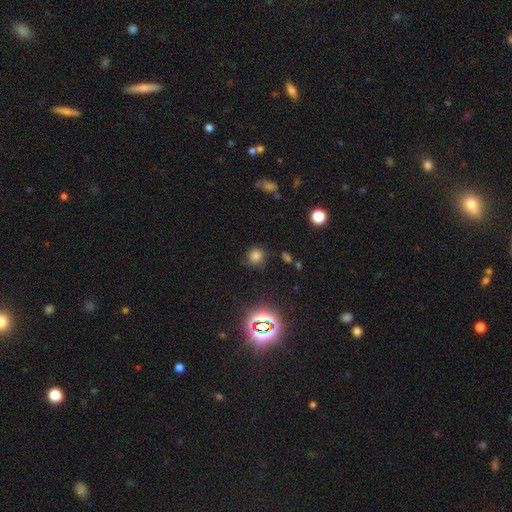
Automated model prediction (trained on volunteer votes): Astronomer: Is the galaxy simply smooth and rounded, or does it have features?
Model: smooth — 70%.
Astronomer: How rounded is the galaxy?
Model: round — 83%.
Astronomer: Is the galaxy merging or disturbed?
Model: none — 76%.